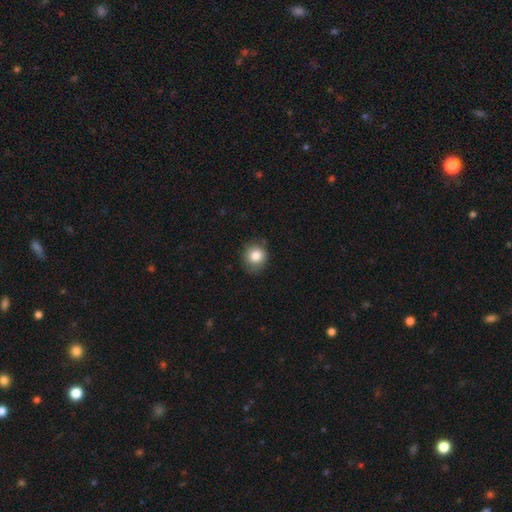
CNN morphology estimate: A smooth galaxy with no disk features (84%) that is round (87%). Merging: none (81%).